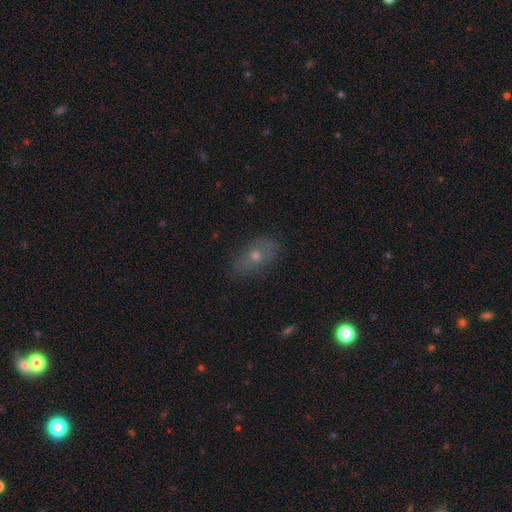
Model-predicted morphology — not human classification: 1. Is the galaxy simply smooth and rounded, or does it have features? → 49% smooth, 35% featured or disk, 16% star or artifact.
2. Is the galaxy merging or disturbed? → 76% none, 17% minor disturbance, 5% major disturbance, 1% merger.